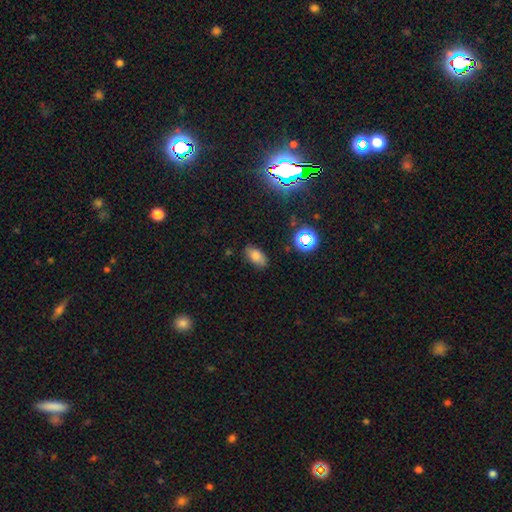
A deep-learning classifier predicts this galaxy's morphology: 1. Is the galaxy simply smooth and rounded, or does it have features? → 74% smooth, 15% star or artifact, 11% featured or disk.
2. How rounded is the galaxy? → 91% in between, 6% round, 3% cigar-shaped.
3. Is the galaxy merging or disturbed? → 80% none, 15% minor disturbance, 3% major disturbance, 2% merger.